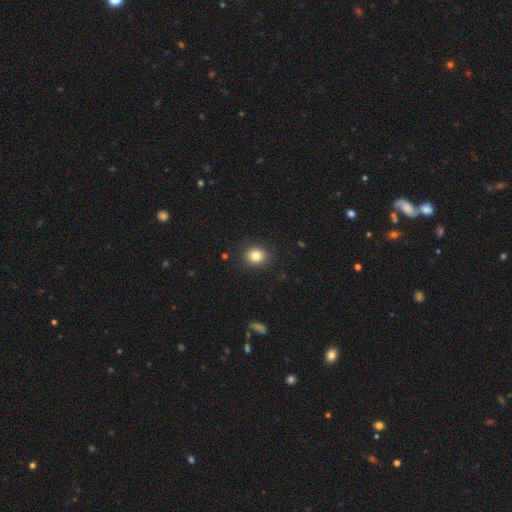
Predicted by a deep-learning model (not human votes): Smooth or featured: smooth — 82% (star or artifact — 11%)
How rounded: round — 76% (in between — 24%)
Merging: none — 89% (minor disturbance — 7%)